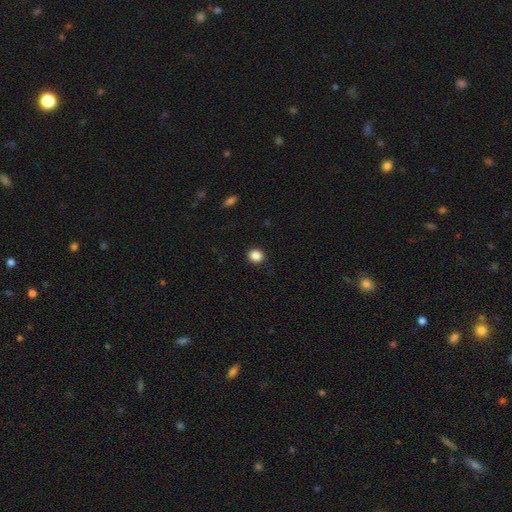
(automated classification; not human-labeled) This appears to be a smooth galaxy with no disk features (87%) that is round (84%). Merging: none (91%).